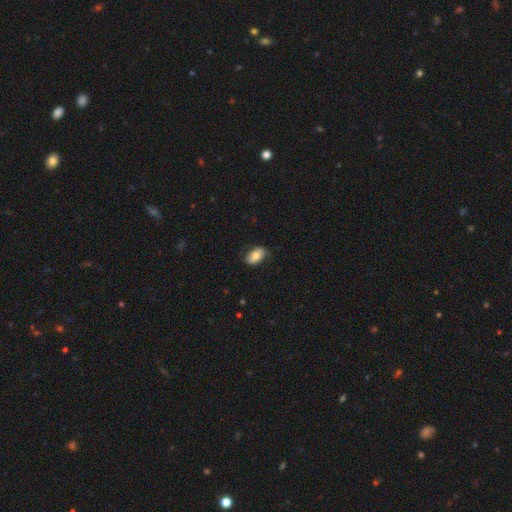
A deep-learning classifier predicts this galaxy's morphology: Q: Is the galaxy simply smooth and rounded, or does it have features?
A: smooth — 72%.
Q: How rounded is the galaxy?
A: in between — 92%.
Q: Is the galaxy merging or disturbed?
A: none — 79%.